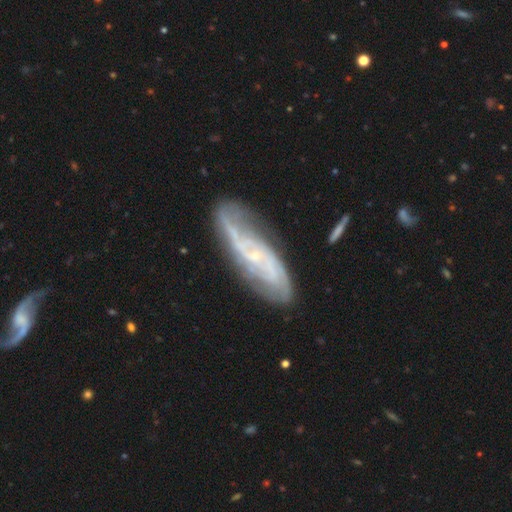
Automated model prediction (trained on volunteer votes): Smooth or featured? Predicted: featured or disk (p=0.80). Edge-on disk? Predicted: no (p=0.85). Bar? Predicted: no (p=0.57). Spiral arms? Predicted: yes (p=0.91). Spiral winding? Predicted: medium (p=0.41). Spiral arm count? Predicted: 2 (p=0.51). Bulge size? Predicted: small (p=0.78). Merging? Predicted: none (p=0.69).